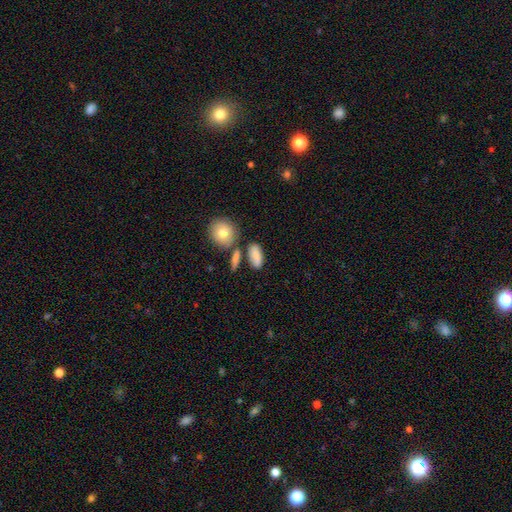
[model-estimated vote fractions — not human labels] Morphology: type=smooth (82%); roundness=in between (79%); merging=none (69%).